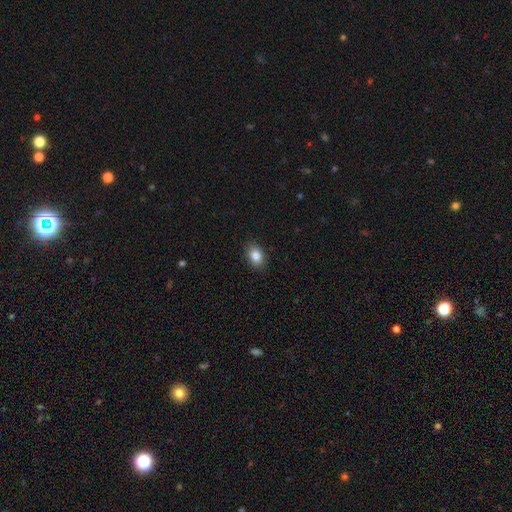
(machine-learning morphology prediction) smooth 84%, star or artifact 9%, featured or disk 7%. Down the decision tree: how rounded — in between (77%); merging — none (88%).